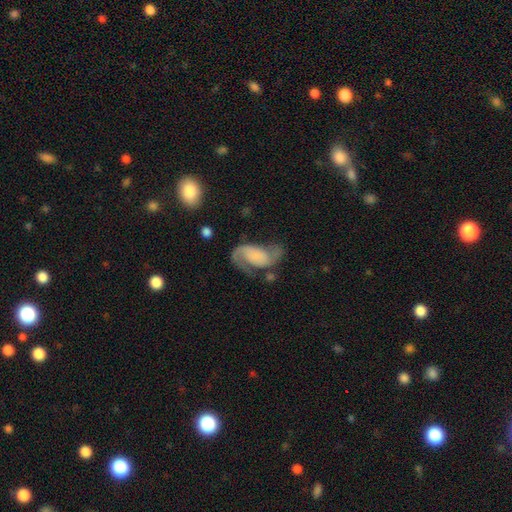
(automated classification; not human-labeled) This is likely a featured or disk galaxy (78%). It is clearly not viewed edge-on (97%). Bar: possibly no (59%). Spiral arm pattern: clearly yes (95%). Spiral arm count: clearly 2 (84%). Spiral winding: marginally loose (45%). Central bulge: possibly none (54%). Merging: possibly none (52%).